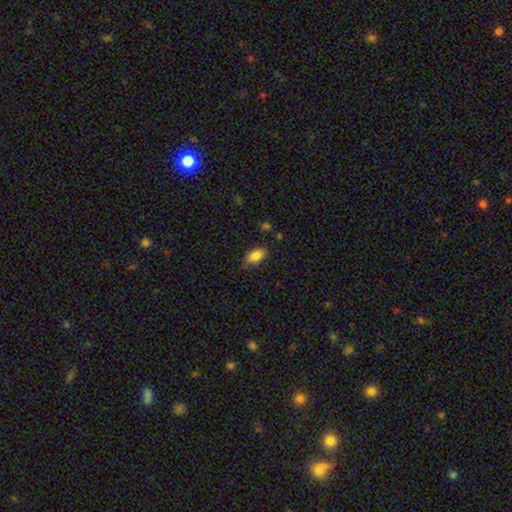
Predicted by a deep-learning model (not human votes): Overall: smooth (84%). How rounded: in between (90%). Merging: none (75%).